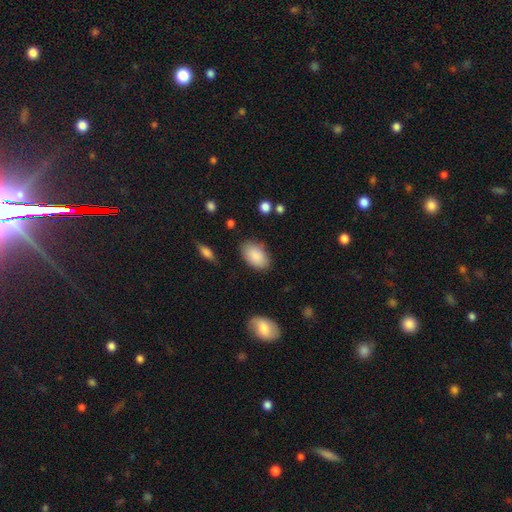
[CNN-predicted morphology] type=smooth (89%); roundness=in between (93%); merging=none (83%).